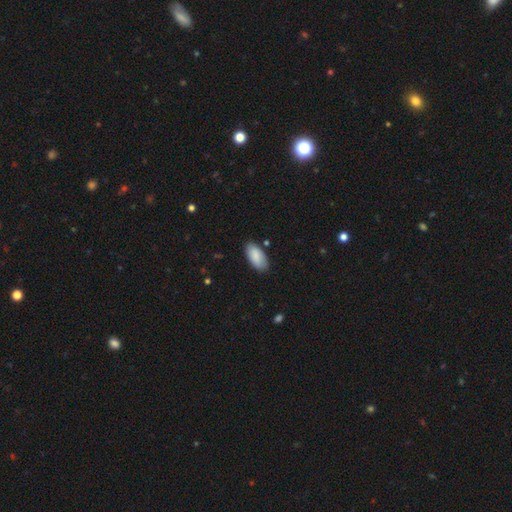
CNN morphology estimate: Overall: smooth (87%). How rounded: in between (93%). Merging: none (83%).